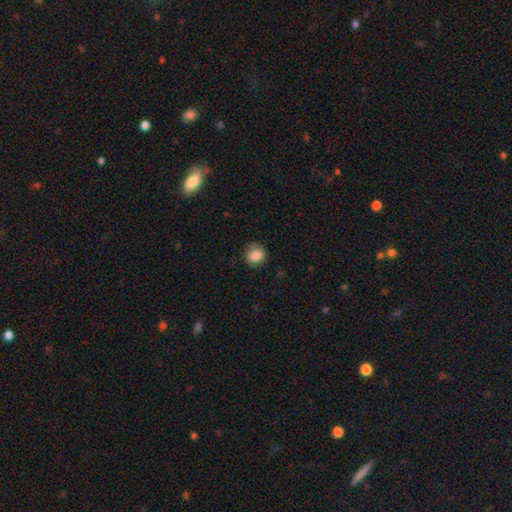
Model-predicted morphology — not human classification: This is clearly a smooth galaxy (82%). How rounded: likely round (70%). Merging: likely none (67%).